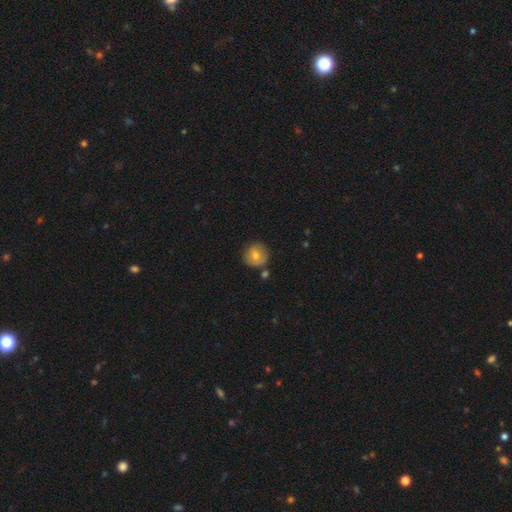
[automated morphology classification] A smooth galaxy with no disk features (73%) that is round (93%).

Vote fractions:
- Smooth or featured? smooth: 73% / featured or disk: 18% / star or artifact: 8%
- How rounded? round: 93% / in between: 6% / cigar-shaped: 1%
- Merging? none: 78% / minor disturbance: 13% / merger: 6% / major disturbance: 3%